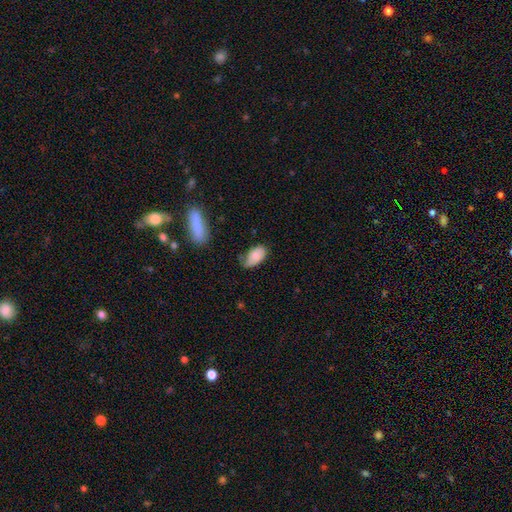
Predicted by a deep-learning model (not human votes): This is likely a smooth galaxy (75%). How rounded: clearly in between (94%). Merging: marginally none (44%).